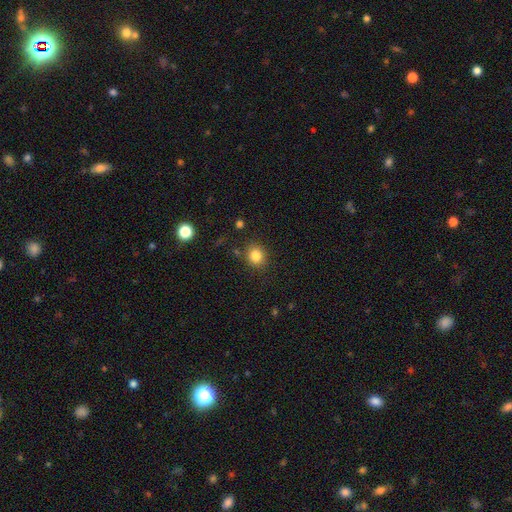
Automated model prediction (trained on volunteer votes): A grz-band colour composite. It shows a smooth galaxy with no disk features (83%) that is round (78%). Merging: none (85%).